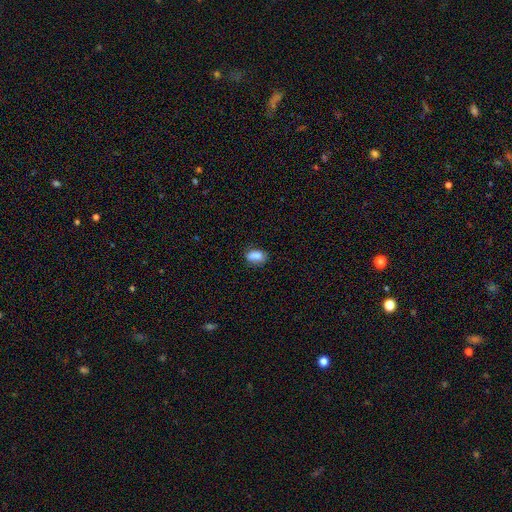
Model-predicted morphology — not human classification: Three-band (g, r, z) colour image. It shows a smooth galaxy with no disk features (80%) that is in between round and cigar-shaped (83%). Merging: none (67%).